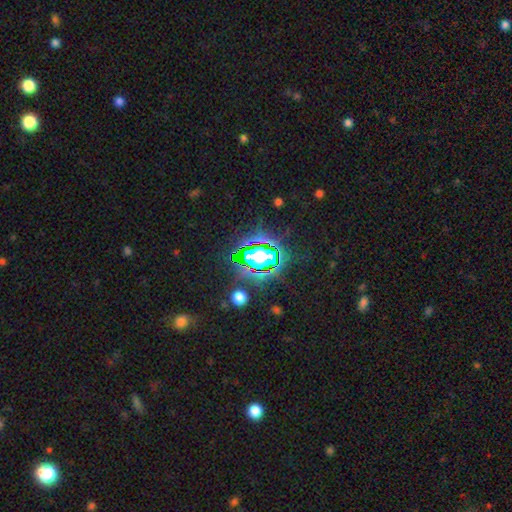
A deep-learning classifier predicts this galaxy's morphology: star or artifact 75%, smooth 16%, featured or disk 10%.